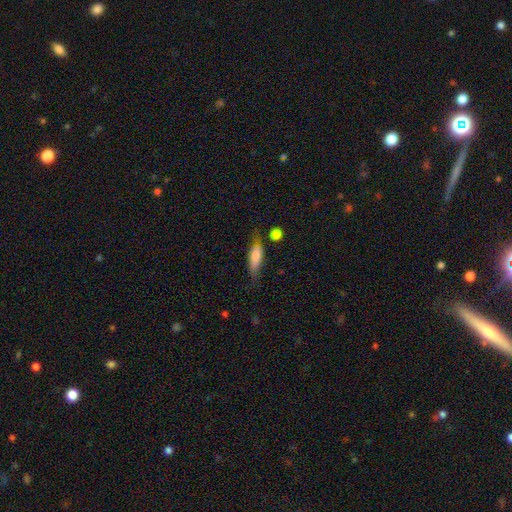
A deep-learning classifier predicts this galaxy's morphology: smooth-or-featured: smooth: 61% | featured or disk: 31% | star or artifact: 8%
  how-rounded: cigar-shaped: 51% | in between: 46% | round: 3%
  merging: none: 57% | minor disturbance: 25% | major disturbance: 10% | merger: 8%